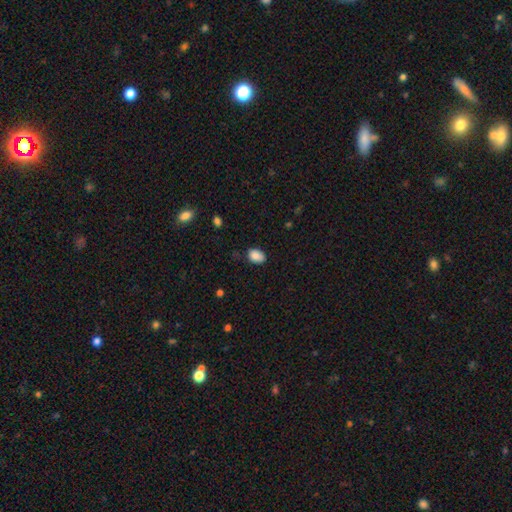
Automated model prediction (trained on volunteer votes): The model was most divided on "merging": none: 79%, minor disturbance: 16%, major disturbance: 3%, merger: 1%. More confident: smooth or featured — smooth (87%); how rounded — in between (83%).